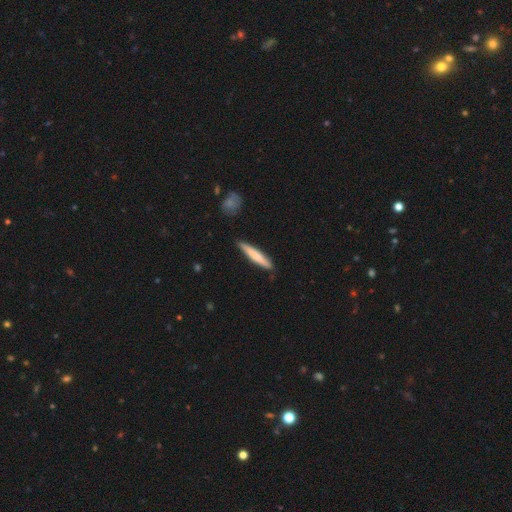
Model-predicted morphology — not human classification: type=smooth (70%); roundness=cigar-shaped (93%); merging=none (84%).